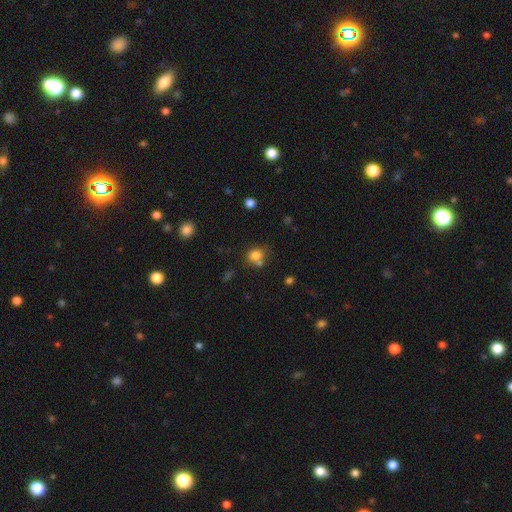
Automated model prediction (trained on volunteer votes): Smooth or featured? smooth (80%)
How rounded? round (76%)
Merging? none (59%)